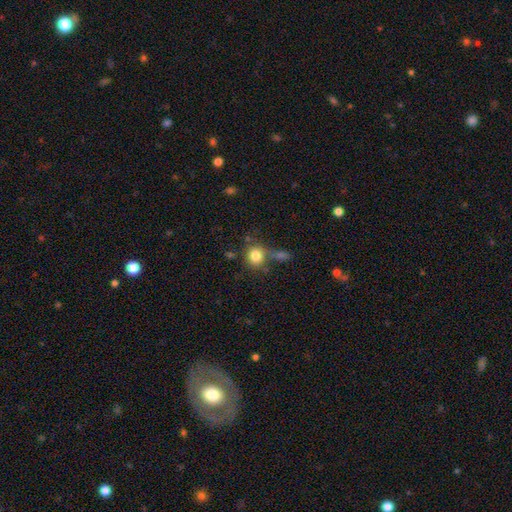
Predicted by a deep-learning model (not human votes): Smooth or featured: smooth — 82% (star or artifact — 10%)
How rounded: round — 85% (in between — 14%)
Merging: none — 65% (merger — 17%)